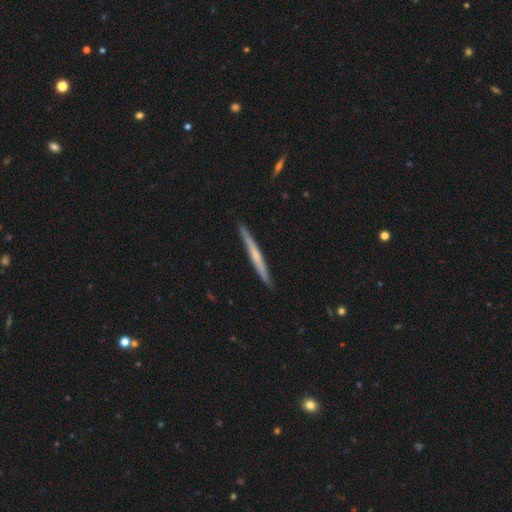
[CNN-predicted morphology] Smooth or featured? featured or disk (54%)
Edge-on disk? yes (97%)
Edge-on bulge? none (66%)
Merging? none (90%)